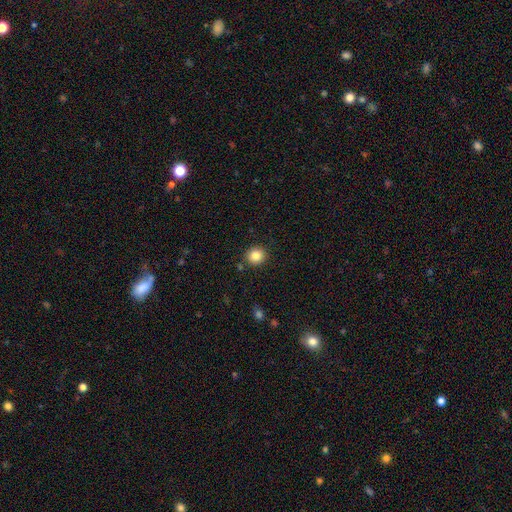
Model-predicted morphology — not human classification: This is clearly a smooth galaxy (84%). How rounded: clearly round (86%). Merging: clearly none (89%).